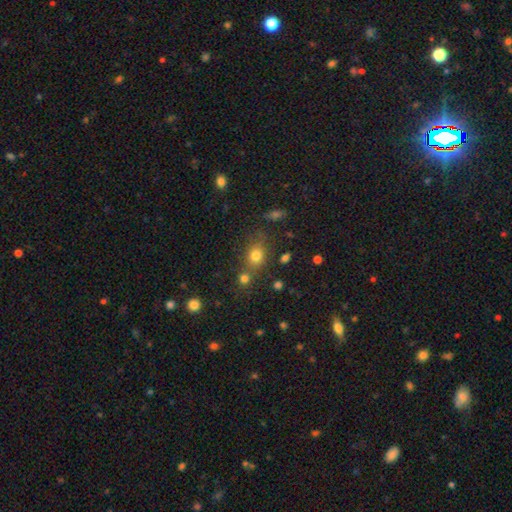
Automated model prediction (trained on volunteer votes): A smooth galaxy with no disk features (76%) that is round (56%).

Vote fractions:
- Smooth or featured? smooth: 76% / star or artifact: 15% / featured or disk: 9%
- How rounded? round: 56% / in between: 42% / cigar-shaped: 2%
- Merging? none: 61% / merger: 20% / minor disturbance: 13% / major disturbance: 6%